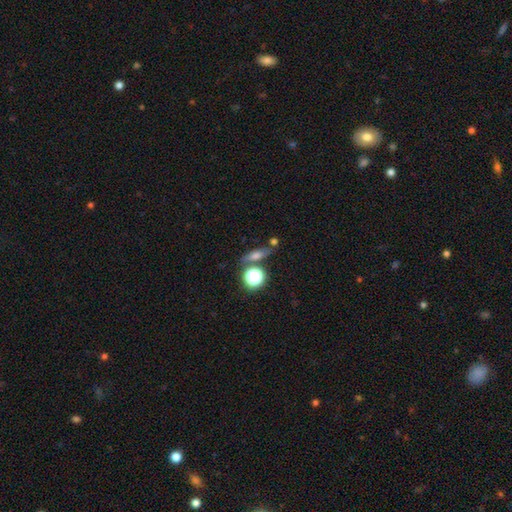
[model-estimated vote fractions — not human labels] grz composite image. It shows a smooth galaxy with no disk features (53%) that is in between round and cigar-shaped (38%, tied with cigar-shaped). Merging: none (70%).